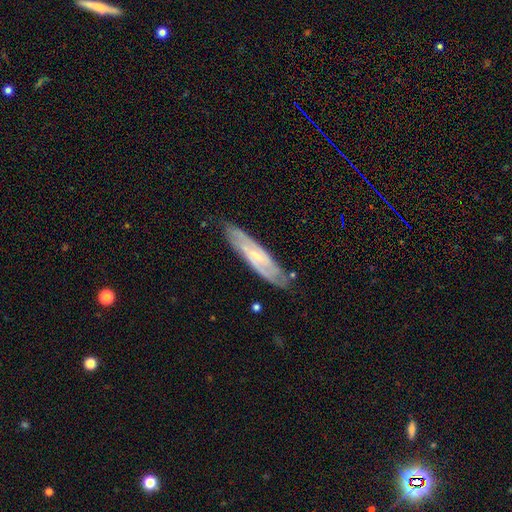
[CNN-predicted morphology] Q: Smooth or featured?
A: featured or disk (72%); runner-up: smooth (22%)
Q: Edge-on disk?
A: no (69%); runner-up: yes (31%)
Q: Merging?
A: none (80%); runner-up: minor disturbance (15%)